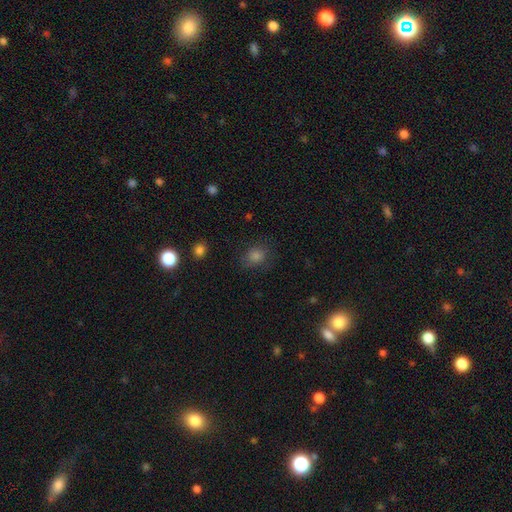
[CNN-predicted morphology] The model was most divided on "how rounded": round: 64%, in between: 34%, cigar-shaped: 1%. More confident: merging — none (80%); smooth or featured — smooth (70%).